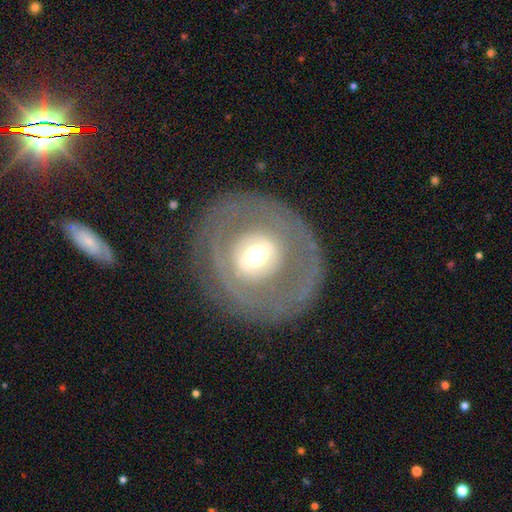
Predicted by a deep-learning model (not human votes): Morphology: type=featured or disk (63%); edge-on=no (93%); bar=no (43%); spiral arms=no (75%); bulge=moderate (59%); merging=none (80%).